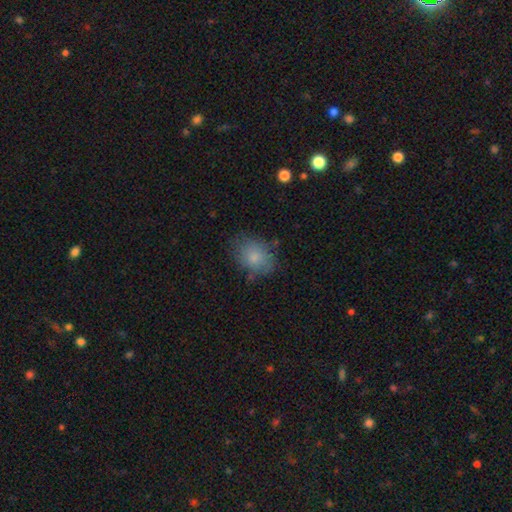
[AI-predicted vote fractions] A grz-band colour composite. It shows a smooth galaxy with no disk features (79%) that is in between round and cigar-shaped (64%). Merging: none (70%).